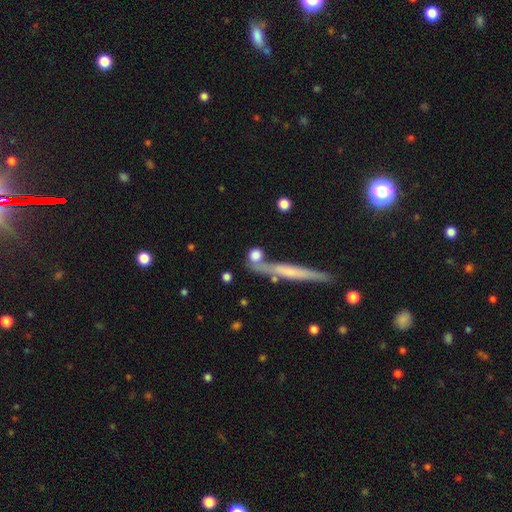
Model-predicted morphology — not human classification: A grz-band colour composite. It shows a smooth galaxy with no disk features (74%) that is round (67%). Merging: none (60%).